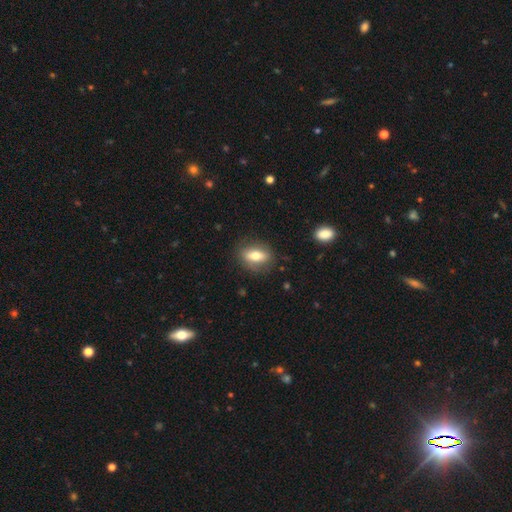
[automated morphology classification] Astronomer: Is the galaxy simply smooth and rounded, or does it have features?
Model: smooth — 63%.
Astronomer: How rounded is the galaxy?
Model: in between — 70%.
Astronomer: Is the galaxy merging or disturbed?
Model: none — 84%.